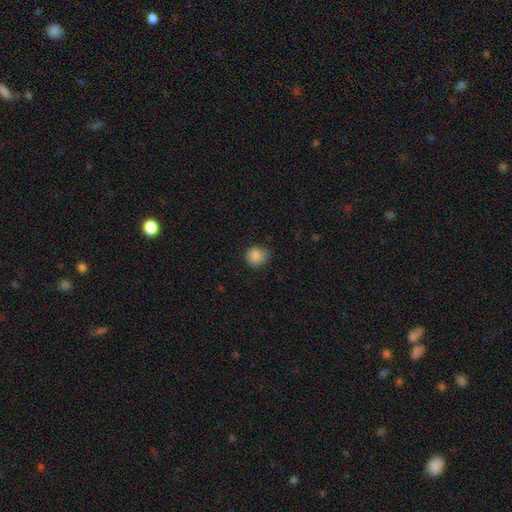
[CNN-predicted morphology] This is clearly a smooth galaxy (87%). How rounded: clearly round (84%). Merging: likely none (72%).